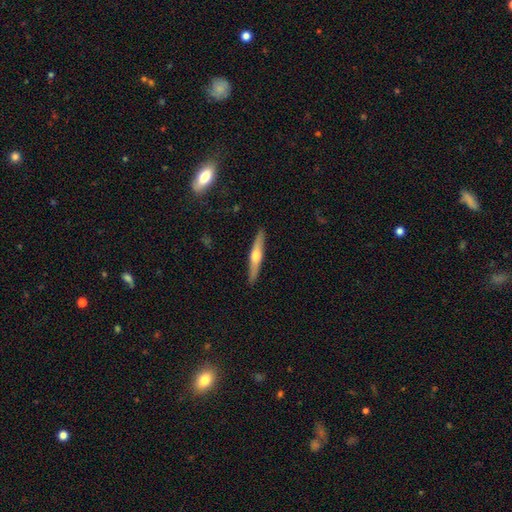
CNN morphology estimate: A featured or disk galaxy (60%) viewed edge-on (96%) with a rounded central bulge (92%).

Vote fractions:
- Smooth or featured? featured or disk: 60% / smooth: 34% / star or artifact: 5%
- Edge-on disk? yes: 96% / no: 4%
- Edge-on bulge? rounded: 92% / none: 4% / boxy: 4%
- Merging? none: 91% / minor disturbance: 7% / major disturbance: 1% / merger: 1%